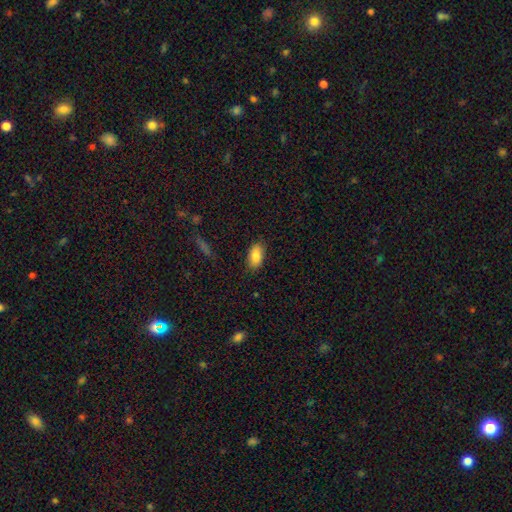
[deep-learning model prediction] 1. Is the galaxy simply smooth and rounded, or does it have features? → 84% smooth, 9% featured or disk, 7% star or artifact.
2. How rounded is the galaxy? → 91% in between, 5% cigar-shaped, 4% round.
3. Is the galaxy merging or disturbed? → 85% none, 12% minor disturbance, 2% major disturbance, 1% merger.